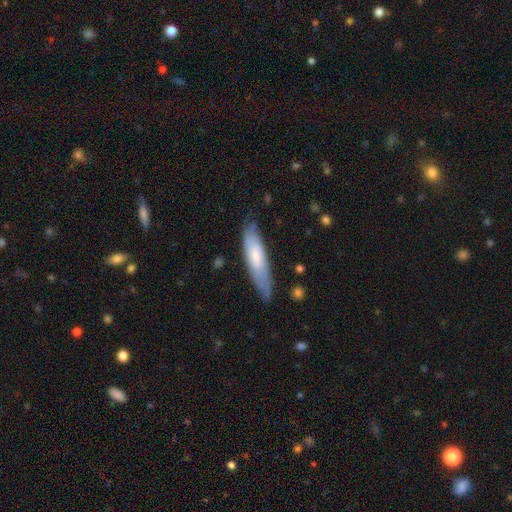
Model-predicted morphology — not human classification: Smooth or featured? smooth (62%)
How rounded? cigar-shaped (69%)
Merging? none (71%)